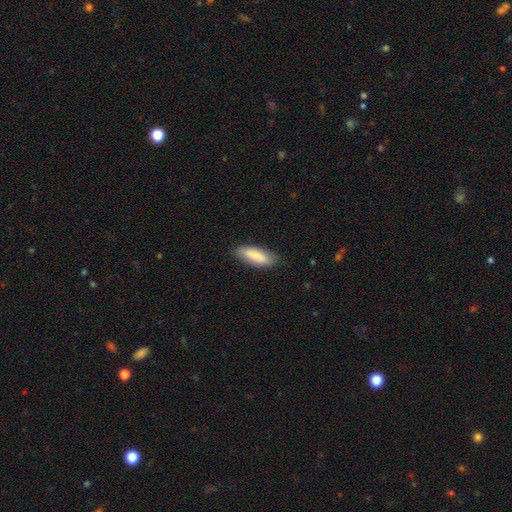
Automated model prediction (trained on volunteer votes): smooth_or_featured: smooth (p=0.84) [alt: featured or disk p=0.10]
how_rounded: in between (p=0.61) [alt: cigar-shaped p=0.37]
merging: none (p=0.82) [alt: minor disturbance p=0.14]